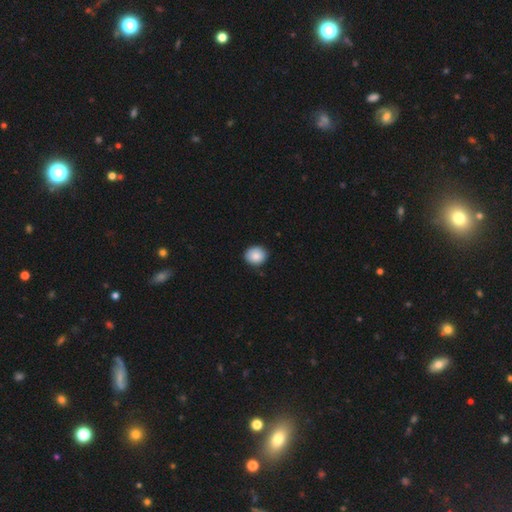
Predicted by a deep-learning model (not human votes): A smooth galaxy with no disk features (85%) that is round (78%).

Vote fractions:
- Smooth or featured? smooth: 85% / star or artifact: 8% / featured or disk: 7%
- How rounded? round: 78% / in between: 21% / cigar-shaped: 1%
- Merging? none: 86% / minor disturbance: 11% / major disturbance: 2% / merger: 1%